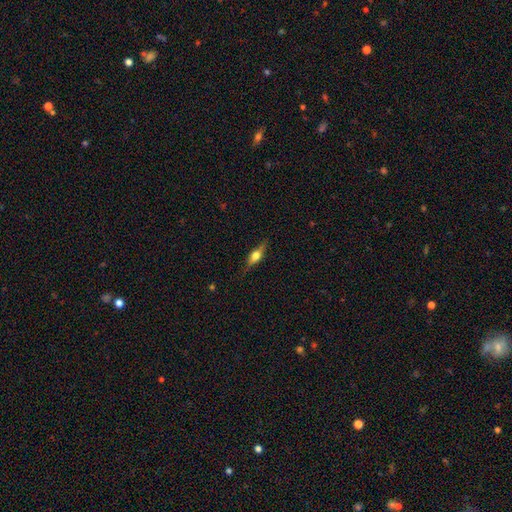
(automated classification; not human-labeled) A featured or disk galaxy (52%) viewed edge-on (93%).

Vote fractions:
- Smooth or featured? featured or disk: 52% / smooth: 41% / star or artifact: 7%
- Edge-on disk? yes: 93% / no: 7%
- Merging? none: 80% / minor disturbance: 16% / major disturbance: 4% / merger: 1%